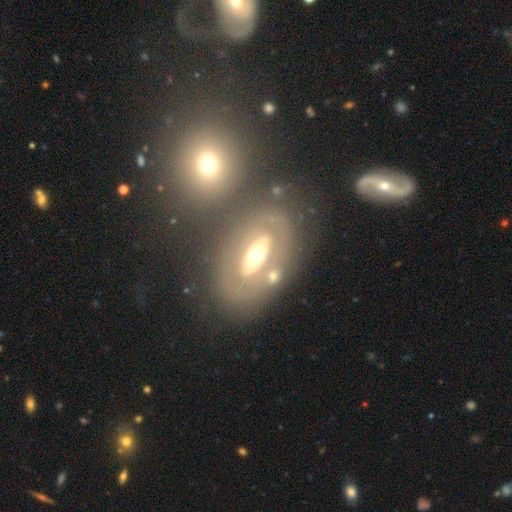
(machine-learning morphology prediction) Smooth or featured: featured or disk — 64% (smooth — 29%)
Edge-on disk: no — 88% (yes — 12%)
Bar: no — 57% (strong — 23%)
Spiral arms: no — 80% (yes — 20%)
Bulge size: moderate — 69% (large — 14%)
Merging: none — 64% (merger — 16%)